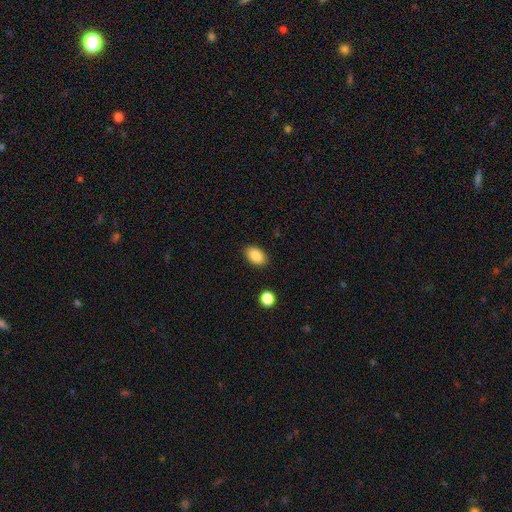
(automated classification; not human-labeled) Smooth or featured? smooth (87%)
How rounded? in between (91%)
Merging? none (87%)